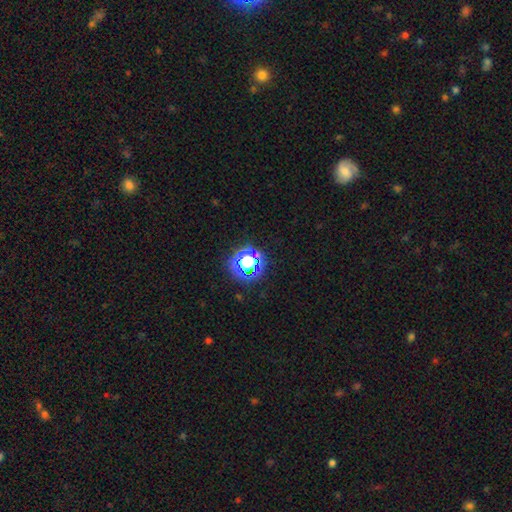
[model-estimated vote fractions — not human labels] Smooth or featured? star or artifact (66%)